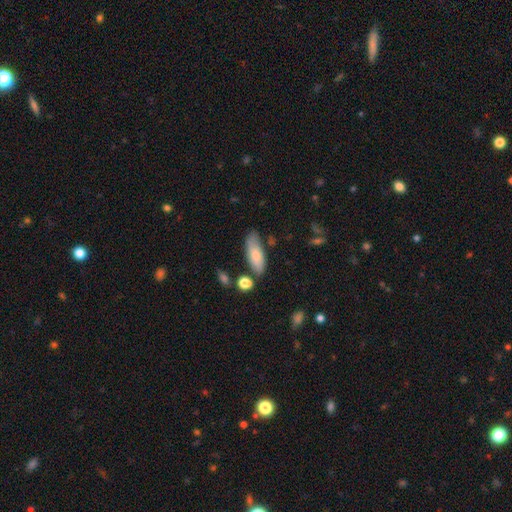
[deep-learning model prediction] Smooth or featured?
  - smooth: 74% *
  - featured or disk: 19%
  - star or artifact: 6%
How rounded?
  - in between: 72% *
  - cigar-shaped: 26%
  - round: 2%
Merging?
  - none: 68% *
  - minor disturbance: 21%
  - merger: 6%
  - major disturbance: 4%